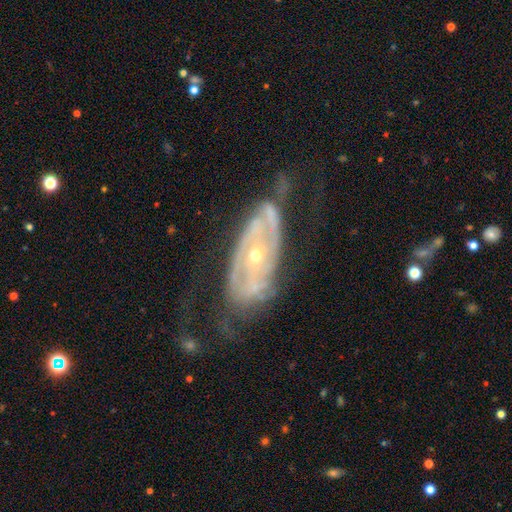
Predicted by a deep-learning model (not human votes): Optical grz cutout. It shows a featured or disk galaxy (87%) with no bar (60%), 2 (51%) tight (58%) spiral arms (88%) and a small central bulge (63%). Merging: none (55%).